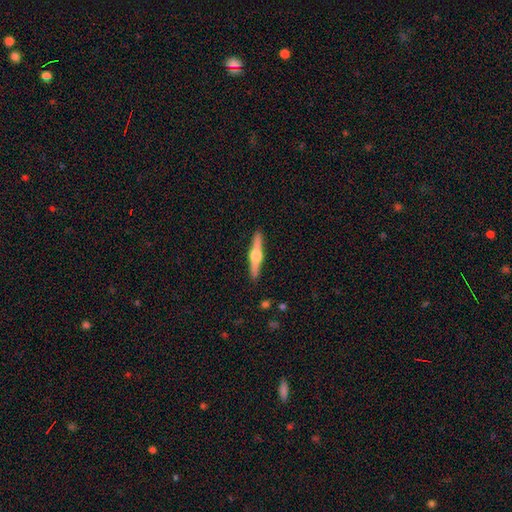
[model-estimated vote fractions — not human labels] Q: Smooth or featured?
A: featured or disk (73%); runner-up: smooth (22%)
Q: Edge-on disk?
A: yes (98%); runner-up: no (2%)
Q: Edge-on bulge?
A: rounded (95%); runner-up: boxy (3%)
Q: Merging?
A: none (91%); runner-up: minor disturbance (6%)